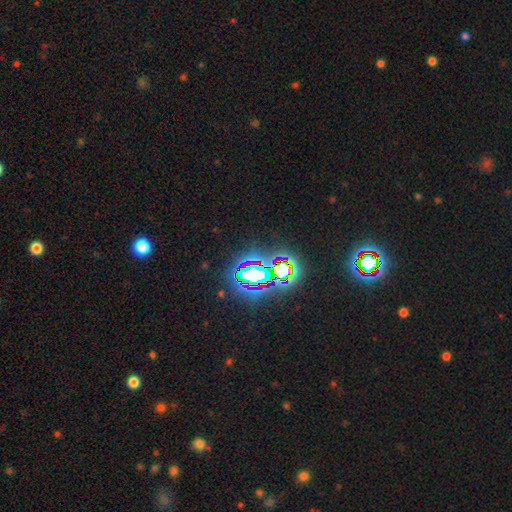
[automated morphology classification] A star or artifact, not a galaxy (77%).